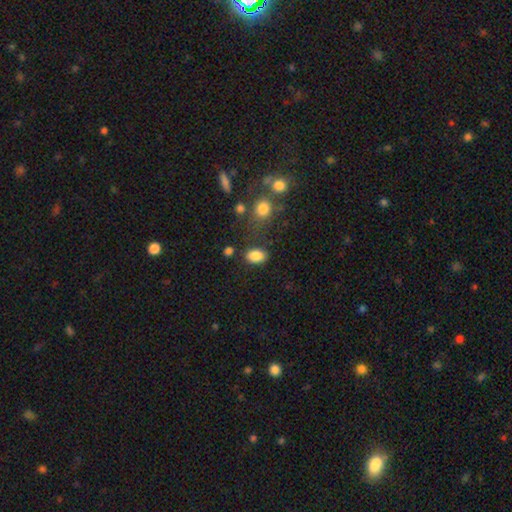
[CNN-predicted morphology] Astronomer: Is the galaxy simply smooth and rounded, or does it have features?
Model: smooth — 85%.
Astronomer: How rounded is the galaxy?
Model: in between — 85%.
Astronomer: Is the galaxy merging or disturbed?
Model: none — 76%.